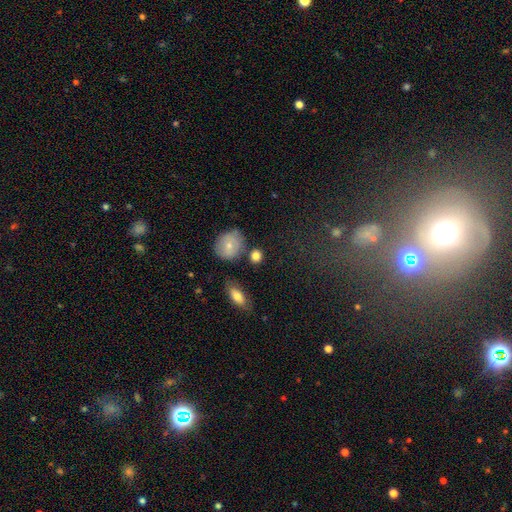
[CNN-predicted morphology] A smooth galaxy with no disk features (81%) that is round (76%). Merging: none (76%).